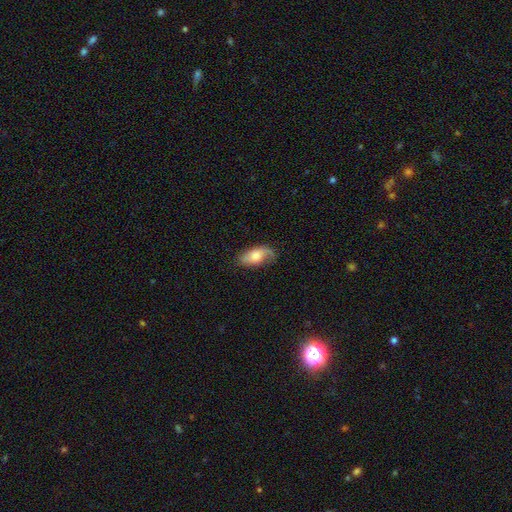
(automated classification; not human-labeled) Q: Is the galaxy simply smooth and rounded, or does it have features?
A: smooth — 55%.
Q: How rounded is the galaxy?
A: in between — 86%.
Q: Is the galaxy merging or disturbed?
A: none — 62%.